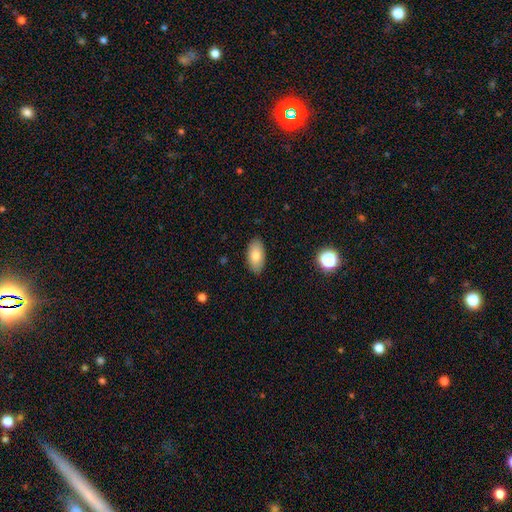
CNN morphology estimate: Smooth or featured? Predicted: smooth (p=0.80). How rounded? Predicted: in between (p=0.94). Merging? Predicted: none (p=0.87).